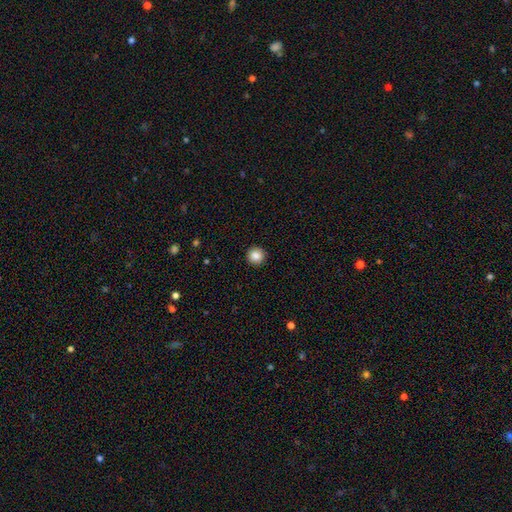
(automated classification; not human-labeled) A smooth galaxy with no disk features (87%) that is round (96%). Merging: none (93%).